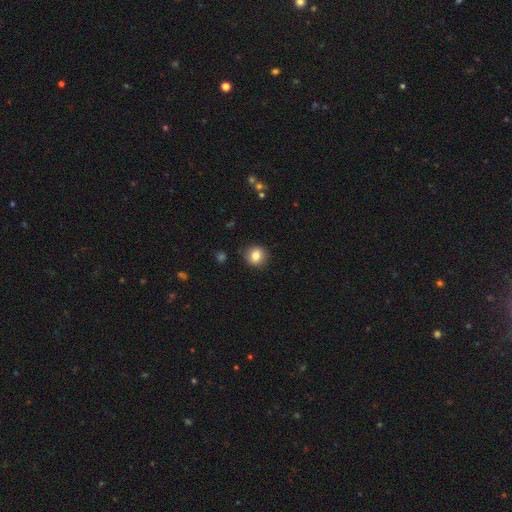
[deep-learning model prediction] This appears to be a smooth galaxy with no disk features (83%) that is round (84%). Merging: none (88%).